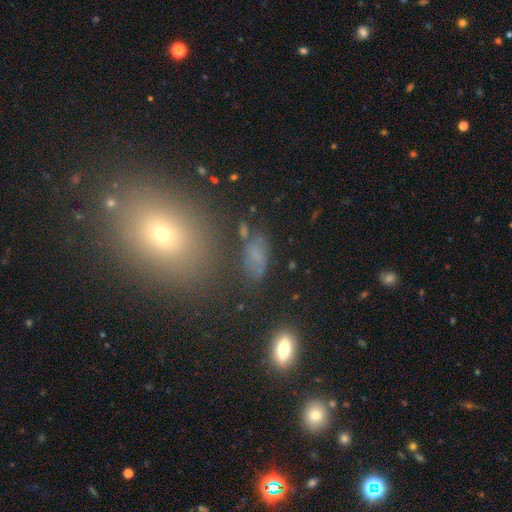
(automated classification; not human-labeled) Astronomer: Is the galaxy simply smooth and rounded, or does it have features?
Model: smooth — 57%.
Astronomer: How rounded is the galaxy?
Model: in between — 84%.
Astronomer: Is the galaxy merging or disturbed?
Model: none — 62%.